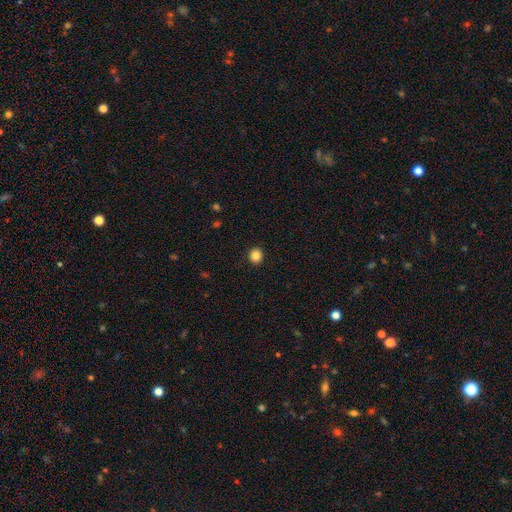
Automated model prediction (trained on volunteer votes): This is clearly a smooth galaxy (85%). How rounded: clearly round (87%). Merging: clearly none (92%).